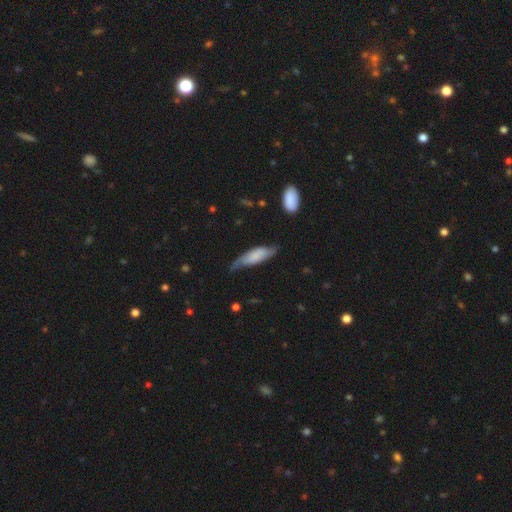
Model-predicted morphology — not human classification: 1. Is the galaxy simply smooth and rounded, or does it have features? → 55% smooth, 39% featured or disk, 6% star or artifact.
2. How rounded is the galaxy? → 55% in between, 43% cigar-shaped, 2% round.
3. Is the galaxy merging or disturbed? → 52% none, 35% minor disturbance, 10% major disturbance, 3% merger.